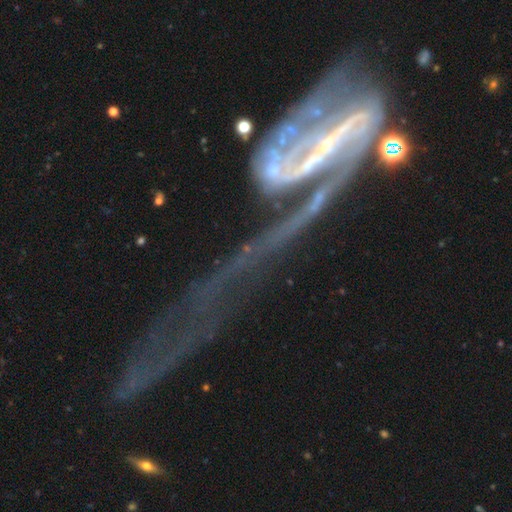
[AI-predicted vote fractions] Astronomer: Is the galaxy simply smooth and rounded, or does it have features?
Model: featured or disk — 87%.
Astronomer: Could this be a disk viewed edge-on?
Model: no — 91%.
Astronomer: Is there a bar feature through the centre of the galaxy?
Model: strong — 56%.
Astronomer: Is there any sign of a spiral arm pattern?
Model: yes — 91%.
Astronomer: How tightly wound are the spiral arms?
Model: loose — 53% (runner-up: medium, 32%).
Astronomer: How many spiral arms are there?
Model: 2 — 74%.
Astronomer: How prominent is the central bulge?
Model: small — 63%.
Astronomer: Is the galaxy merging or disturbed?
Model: major disturbance — 43% (runner-up: none, 27%).